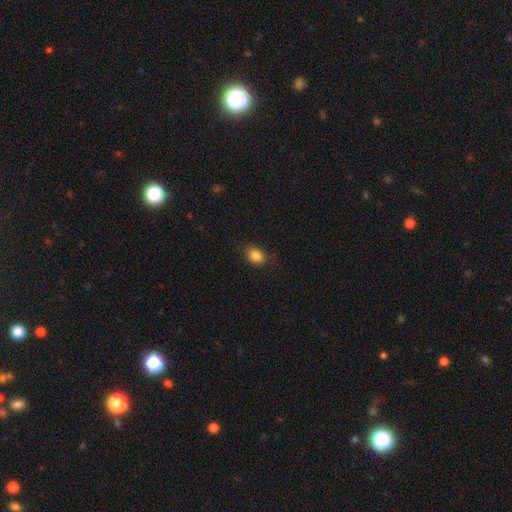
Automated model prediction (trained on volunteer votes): A smooth galaxy with no disk features (85%) that is in between round and cigar-shaped (69%).

Vote fractions:
- Smooth or featured? smooth: 85% / star or artifact: 9% / featured or disk: 6%
- How rounded? in between: 69% / round: 30% / cigar-shaped: 1%
- Merging? none: 81% / minor disturbance: 14% / major disturbance: 3% / merger: 1%